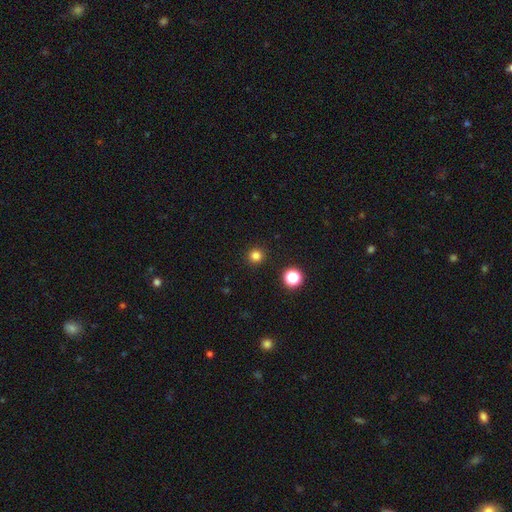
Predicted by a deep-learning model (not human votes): smooth 81%, star or artifact 15%, featured or disk 4%. Down the decision tree: how rounded — round (95%); merging — none (92%).